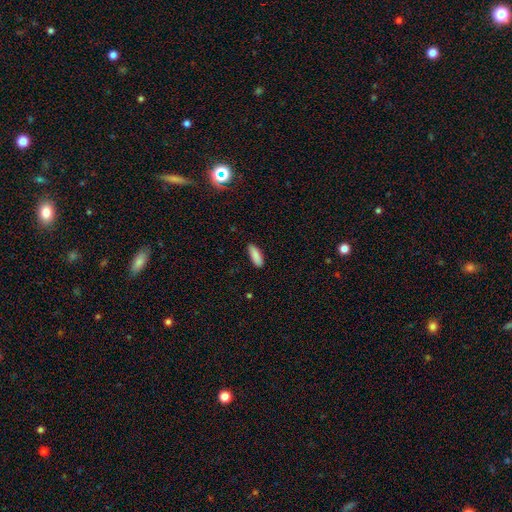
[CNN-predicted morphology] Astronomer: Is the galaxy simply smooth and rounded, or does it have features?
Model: smooth — 88%.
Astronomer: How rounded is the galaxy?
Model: in between — 62%.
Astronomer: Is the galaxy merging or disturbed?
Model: none — 87%.